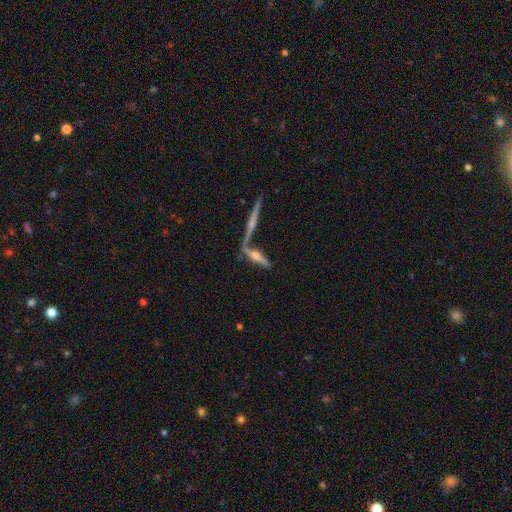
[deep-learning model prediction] featured or disk 67%, smooth 25%, star or artifact 8%. Down the decision tree: edge-on disk — yes (87%); edge-on bulge — rounded (87%); merging — none (48%).